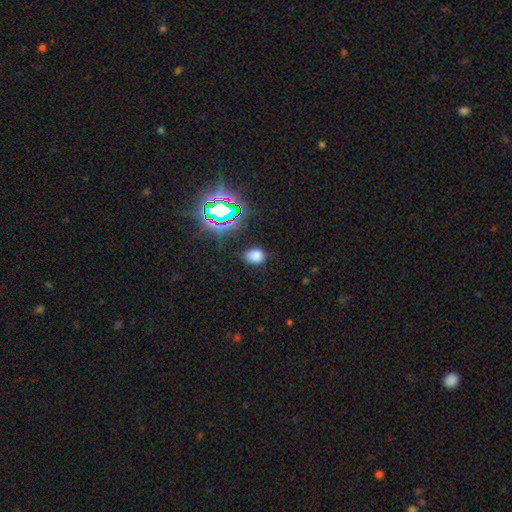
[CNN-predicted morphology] smooth-or-featured: smooth: 72% | star or artifact: 22% | featured or disk: 6%
  how-rounded: in between: 60% | round: 39% | cigar-shaped: 1%
  merging: none: 80% | minor disturbance: 14% | major disturbance: 4% | merger: 2%